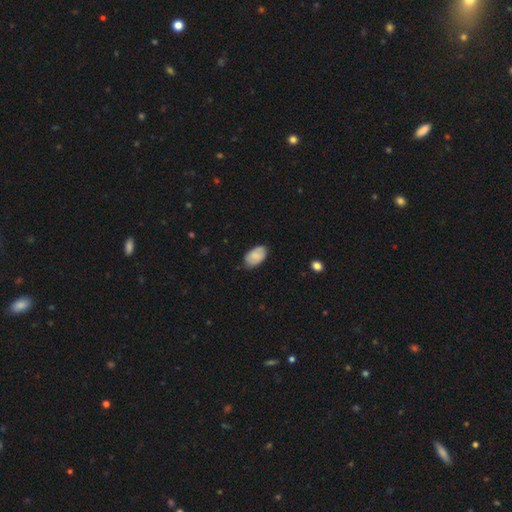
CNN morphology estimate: smooth-or-featured: smooth: 80% | featured or disk: 13% | star or artifact: 7%
  how-rounded: in between: 94% | round: 5% | cigar-shaped: 1%
  merging: none: 76% | minor disturbance: 20% | major disturbance: 3% | merger: 1%